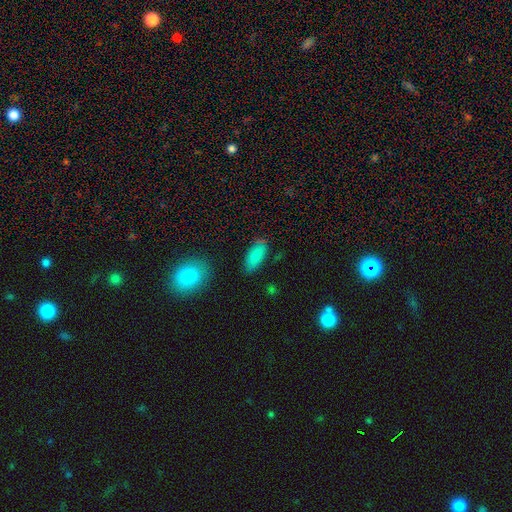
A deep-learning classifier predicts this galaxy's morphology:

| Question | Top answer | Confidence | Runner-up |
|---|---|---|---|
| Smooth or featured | smooth | 84% | star or artifact (8%) |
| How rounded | in between | 86% | cigar-shaped (12%) |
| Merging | none | 77% | minor disturbance (16%) |